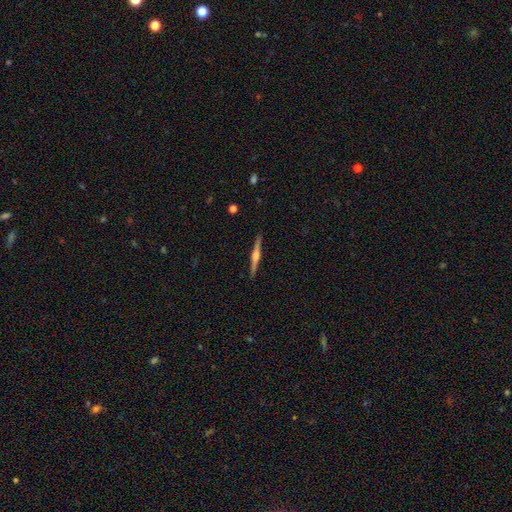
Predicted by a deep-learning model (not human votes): A featured or disk galaxy (78%) viewed edge-on (99%) with a rounded central bulge (88%). Merging: none (92%).